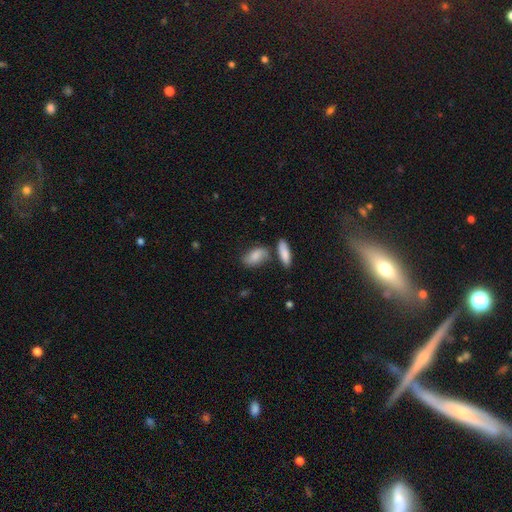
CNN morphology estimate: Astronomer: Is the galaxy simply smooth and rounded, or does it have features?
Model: smooth — 78%.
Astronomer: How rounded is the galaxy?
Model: in between — 87%.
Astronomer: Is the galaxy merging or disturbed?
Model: none — 58%.